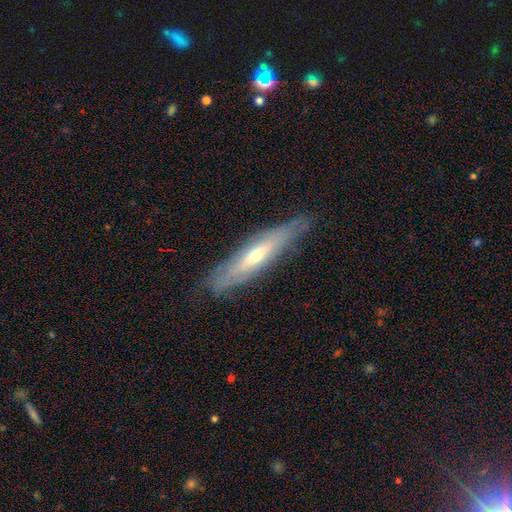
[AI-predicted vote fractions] Smooth or featured? featured or disk (65%)
Edge-on disk? yes (66%)
Merging? none (81%)